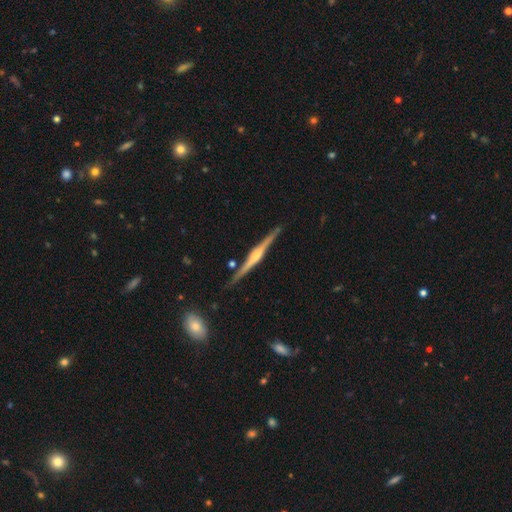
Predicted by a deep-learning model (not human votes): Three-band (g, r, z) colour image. It shows a featured or disk galaxy (83%) viewed edge-on (98%) with a rounded central bulge (80%). Merging: none (88%).